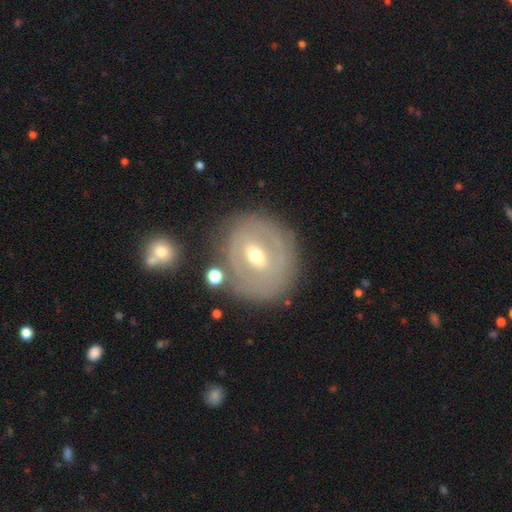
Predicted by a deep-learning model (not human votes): This is likely a featured or disk galaxy (65%). It is clearly not viewed edge-on (94%). Bar: possibly weak (46%). Spiral arm pattern: likely no (64%). Central bulge: possibly moderate (59%). Merging: likely none (76%).